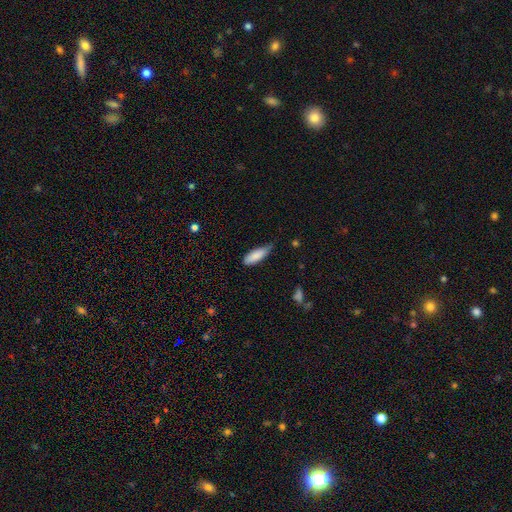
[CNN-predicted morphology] Q: Smooth or featured?
A: smooth (86%); runner-up: featured or disk (8%)
Q: How rounded?
A: in between (63%); runner-up: cigar-shaped (35%)
Q: Merging?
A: none (46%); runner-up: minor disturbance (44%)